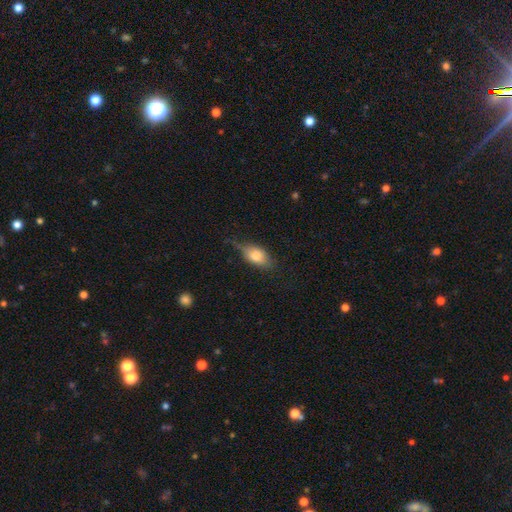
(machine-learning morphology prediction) A smooth galaxy with no disk features (75%) that is in between round and cigar-shaped (85%). Merging: none (57%).